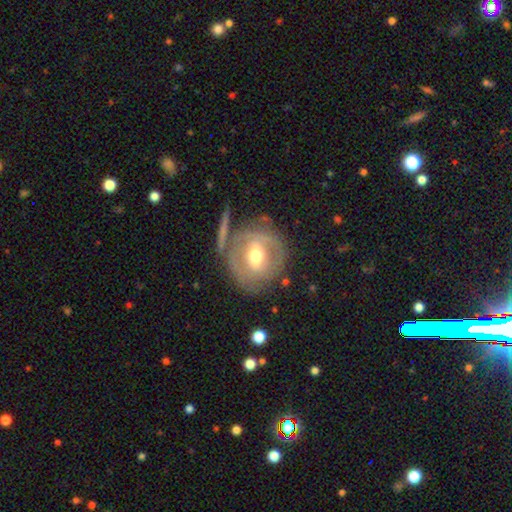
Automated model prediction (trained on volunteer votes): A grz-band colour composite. It shows a featured or disk galaxy (63%) with a weak bar (42%), spiral arms (51%) and a moderate central bulge (75%). Merging: none (66%).